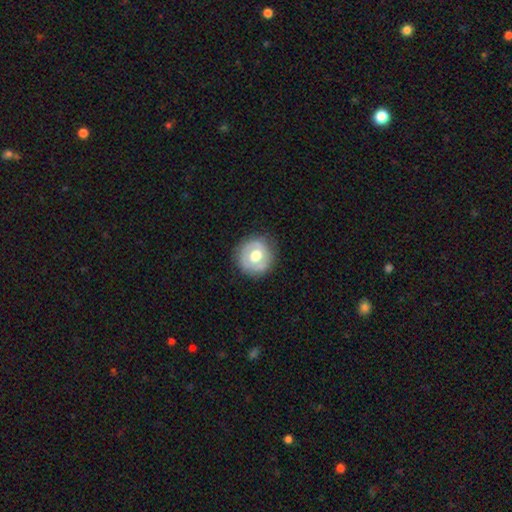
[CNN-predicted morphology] type=smooth (50%); roundness=round (90%); merging=none (82%).